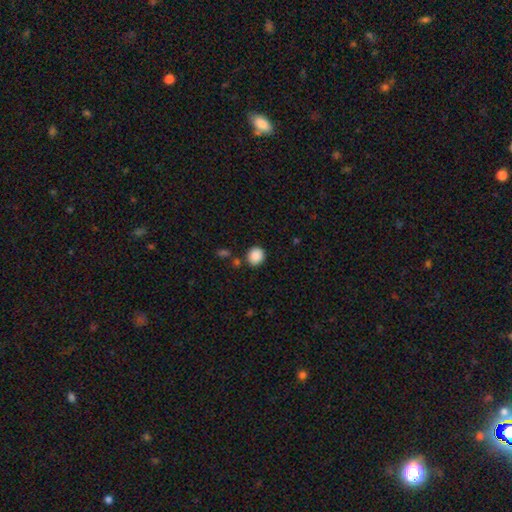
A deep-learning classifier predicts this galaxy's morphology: Smooth or featured? Predicted: smooth (p=0.88). How rounded? Predicted: round (p=0.76). Merging? Predicted: none (p=0.83).